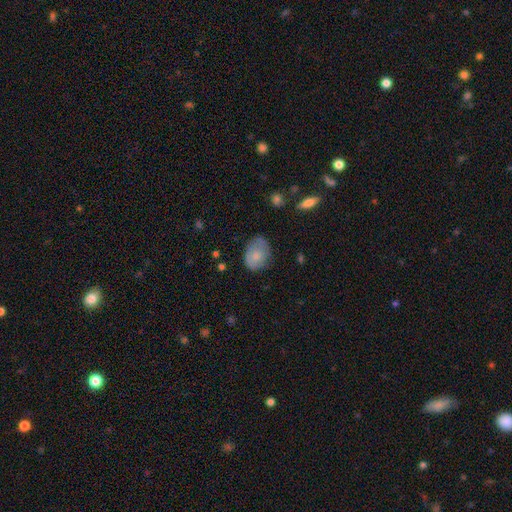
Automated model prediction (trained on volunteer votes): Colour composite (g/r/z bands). It shows a smooth galaxy with no disk features (75%) that is in between round and cigar-shaped (77%). Merging: none (61%).